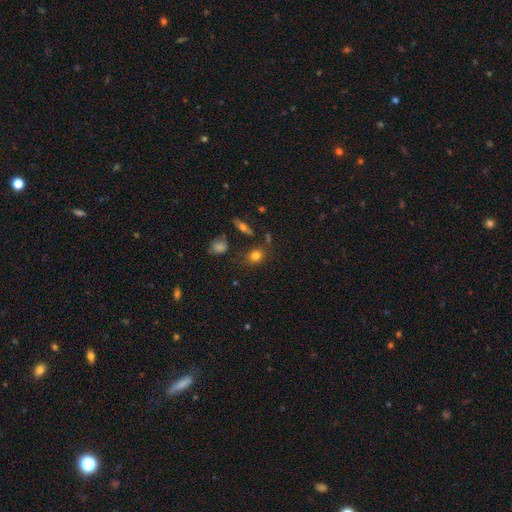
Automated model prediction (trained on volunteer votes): The model was most divided on "how rounded": round: 54%, in between: 44%, cigar-shaped: 2%. More confident: smooth or featured — smooth (78%); merging — none (74%).